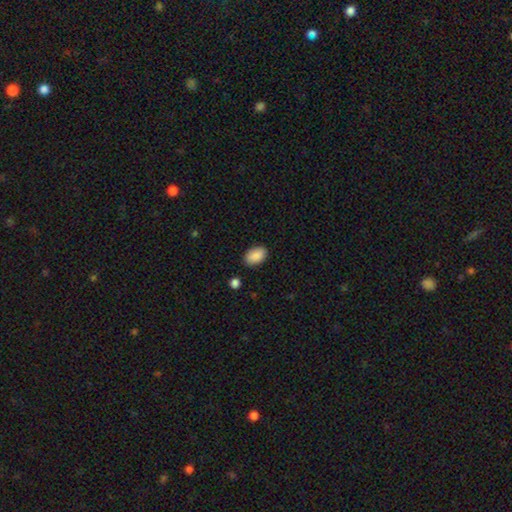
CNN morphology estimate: Overall: smooth (89%). How rounded: in between (90%). Merging: none (86%).